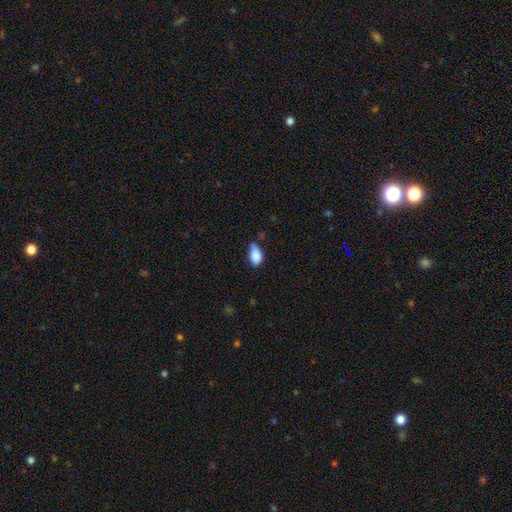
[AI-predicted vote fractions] Smooth or featured?
  - smooth: 86% *
  - star or artifact: 7%
  - featured or disk: 7%
How rounded?
  - in between: 91% *
  - cigar-shaped: 4%
  - round: 4%
Merging?
  - none: 53% *
  - minor disturbance: 38%
  - major disturbance: 6%
  - merger: 3%